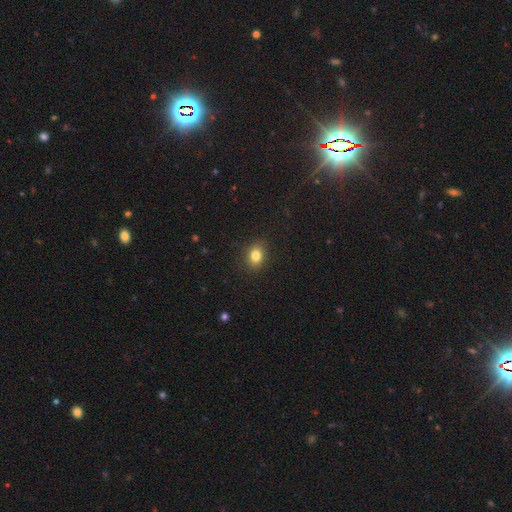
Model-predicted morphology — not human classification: Smooth or featured? smooth (82%)
How rounded? in between (57%)
Merging? none (87%)